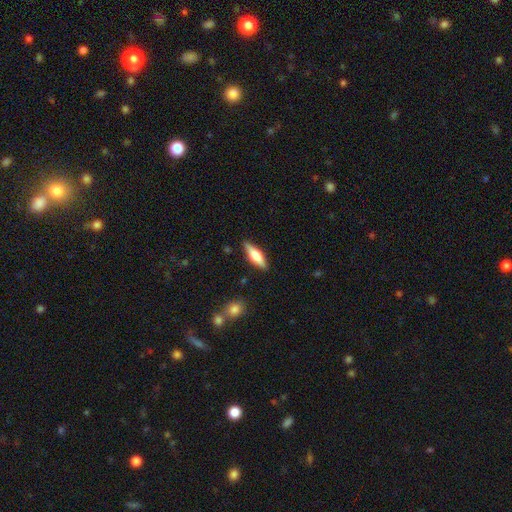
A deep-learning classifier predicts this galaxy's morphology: smooth_or_featured: smooth (p=0.60) [alt: featured or disk p=0.34]
how_rounded: cigar-shaped (p=0.55) [alt: in between p=0.43]
merging: none (p=0.85) [alt: minor disturbance p=0.11]